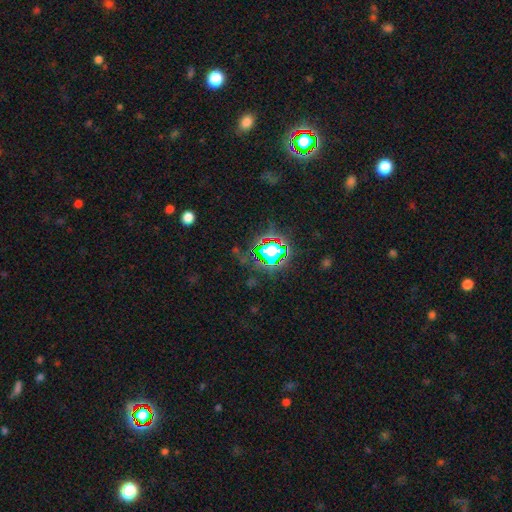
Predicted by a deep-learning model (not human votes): A star or artifact, not a galaxy (80%).